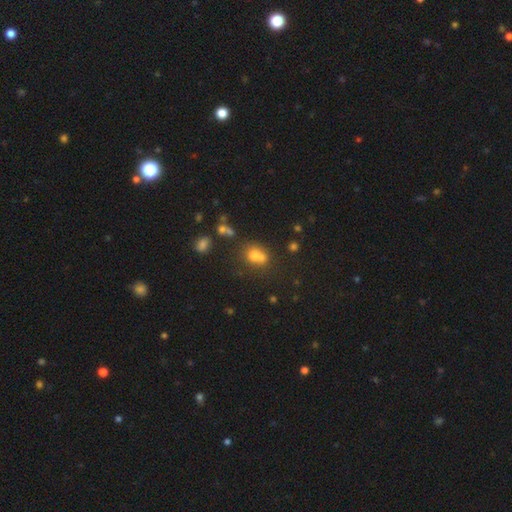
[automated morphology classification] A smooth galaxy with no disk features (66%) that is round (52%).

Vote fractions:
- Smooth or featured? smooth: 66% / star or artifact: 20% / featured or disk: 15%
- How rounded? round: 52% / in between: 46% / cigar-shaped: 2%
- Merging? merger: 43% / none: 38% / minor disturbance: 12% / major disturbance: 6%